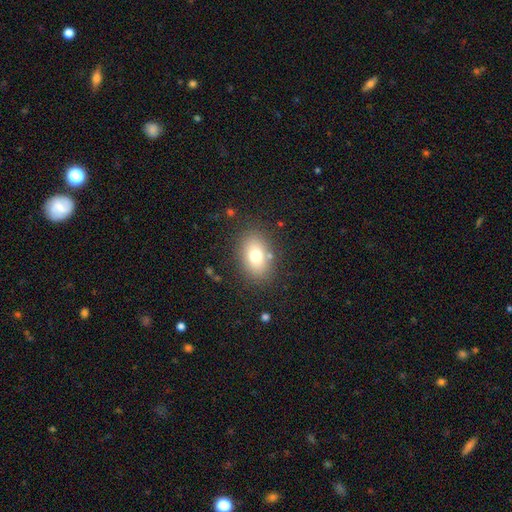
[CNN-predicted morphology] The model was most divided on "how rounded": in between: 77%, round: 21%, cigar-shaped: 1%. More confident: merging — none (82%); smooth or featured — smooth (73%).